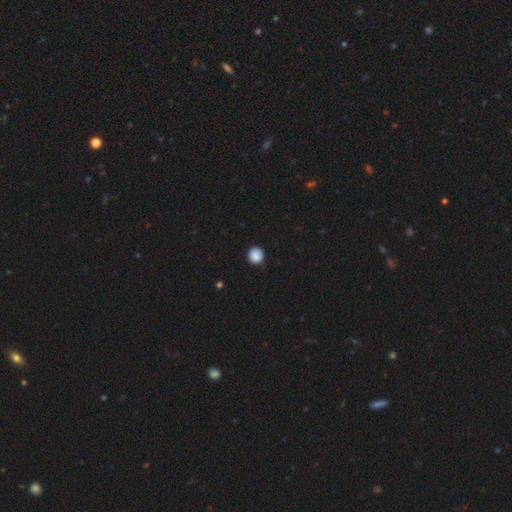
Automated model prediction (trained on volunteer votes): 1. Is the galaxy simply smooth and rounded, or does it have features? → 88% smooth, 9% star or artifact, 3% featured or disk.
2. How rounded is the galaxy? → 93% round, 6% in between, 1% cigar-shaped.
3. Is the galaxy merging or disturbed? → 89% none, 8% minor disturbance, 2% major disturbance, 1% merger.